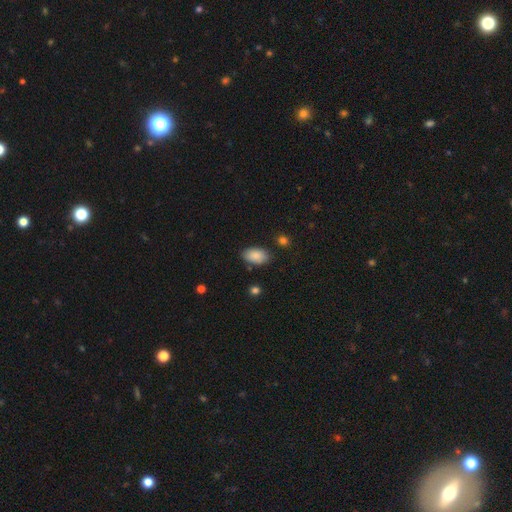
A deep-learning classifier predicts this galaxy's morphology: smooth-or-featured: smooth: 87% | star or artifact: 7% | featured or disk: 6%
  how-rounded: in between: 94% | round: 5% | cigar-shaped: 2%
  merging: none: 82% | minor disturbance: 13% | major disturbance: 3% | merger: 2%